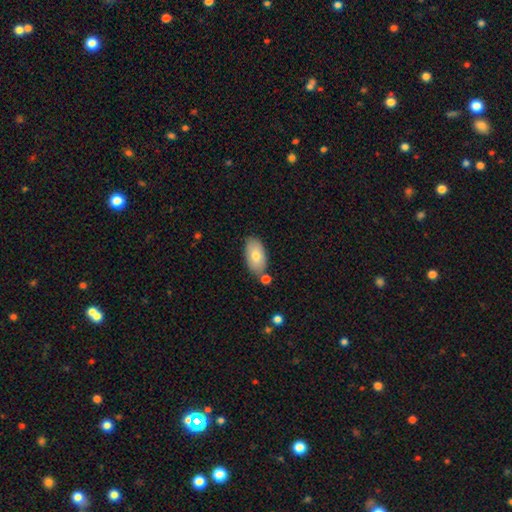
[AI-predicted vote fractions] This appears to be a smooth galaxy with no disk features (74%) that is in between round and cigar-shaped (94%). Merging: none (76%).